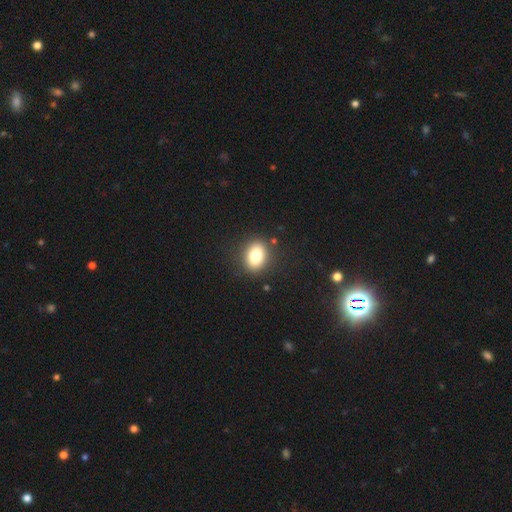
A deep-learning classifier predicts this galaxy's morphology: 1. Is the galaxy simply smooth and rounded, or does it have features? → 79% smooth, 11% featured or disk, 10% star or artifact.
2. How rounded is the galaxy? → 61% in between, 38% round, 1% cigar-shaped.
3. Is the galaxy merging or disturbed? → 87% none, 9% minor disturbance, 3% major disturbance, 2% merger.